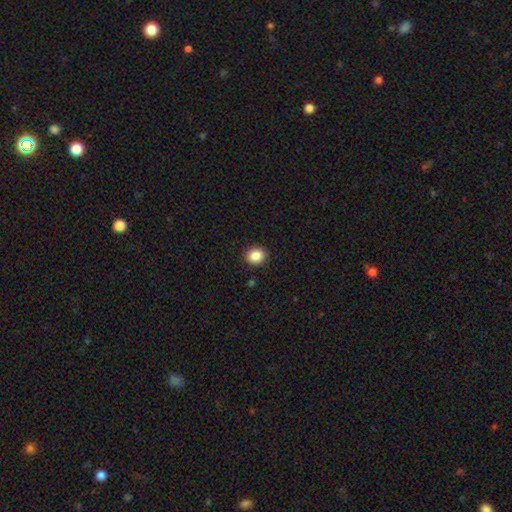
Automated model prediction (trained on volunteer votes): Smooth or featured?
  - smooth: 87% *
  - star or artifact: 9%
  - featured or disk: 4%
How rounded?
  - round: 63% *
  - in between: 36%
  - cigar-shaped: 1%
Merging?
  - none: 90% *
  - minor disturbance: 7%
  - major disturbance: 2%
  - merger: 1%